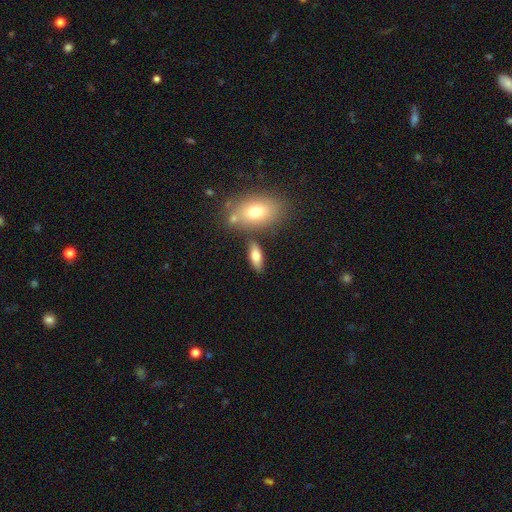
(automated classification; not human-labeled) Morphology: type=smooth (71%); roundness=in between (74%); merging=none (76%).